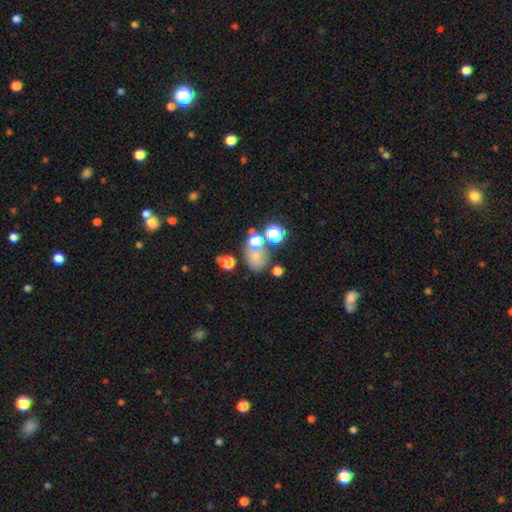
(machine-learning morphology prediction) Smooth or featured?
  - smooth: 63% *
  - star or artifact: 24%
  - featured or disk: 14%
How rounded?
  - round: 62% *
  - in between: 37%
  - cigar-shaped: 1%
Merging?
  - none: 50% *
  - merger: 30%
  - minor disturbance: 13%
  - major disturbance: 8%